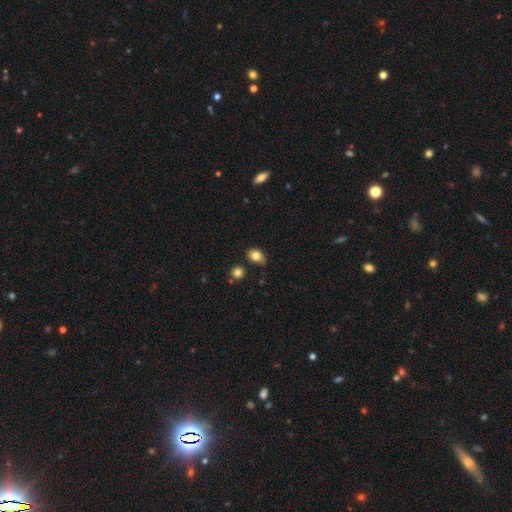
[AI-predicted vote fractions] Smooth or featured? smooth (81%)
How rounded? in between (62%)
Merging? none (65%)